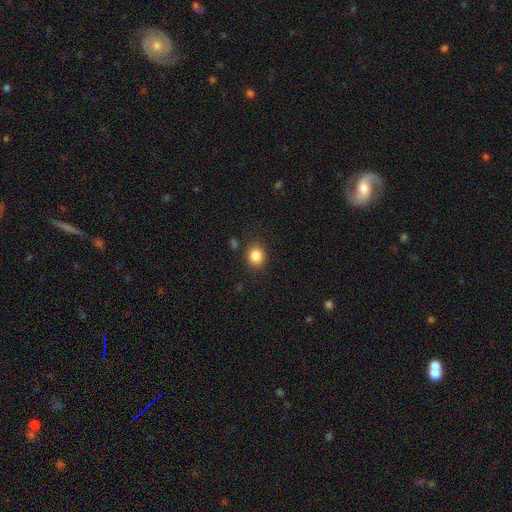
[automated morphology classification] smooth_or_featured: smooth (p=0.85) [alt: star or artifact p=0.10]
how_rounded: round (p=0.68) [alt: in between p=0.31]
merging: none (p=0.86) [alt: minor disturbance p=0.09]